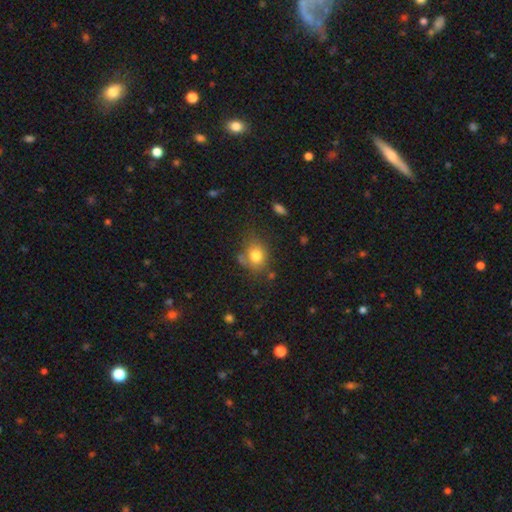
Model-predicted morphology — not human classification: Smooth or featured?
  - smooth: 78% *
  - featured or disk: 11%
  - star or artifact: 11%
How rounded?
  - round: 59% *
  - in between: 40%
  - cigar-shaped: 1%
Merging?
  - none: 63% *
  - minor disturbance: 22%
  - major disturbance: 8%
  - merger: 7%